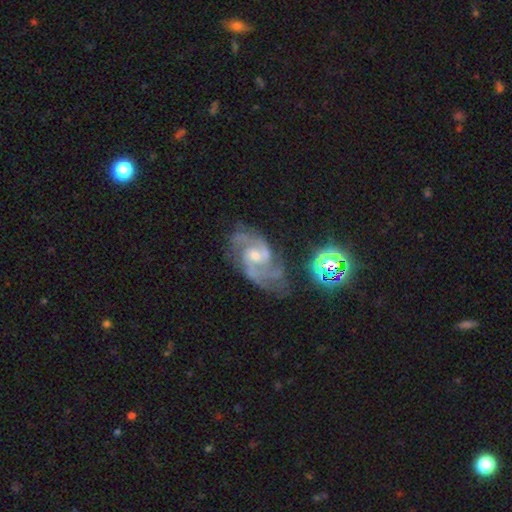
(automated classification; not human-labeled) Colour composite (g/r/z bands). It shows a featured or disk galaxy (87%) with no bar (45%, tied with weak), 2 (59%) medium (56%) spiral arms (97%) and a small central bulge (51%). Merging: none (65%).